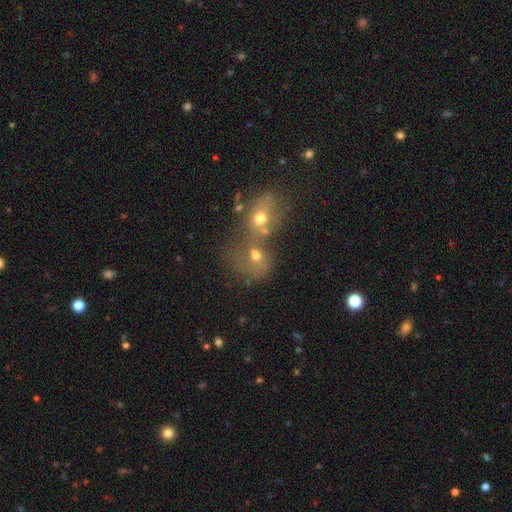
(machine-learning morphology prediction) smooth_or_featured: smooth (p=0.59) [alt: featured or disk p=0.24]
how_rounded: round (p=0.58) [alt: in between p=0.41]
merging: merger (p=0.70) [alt: none p=0.17]